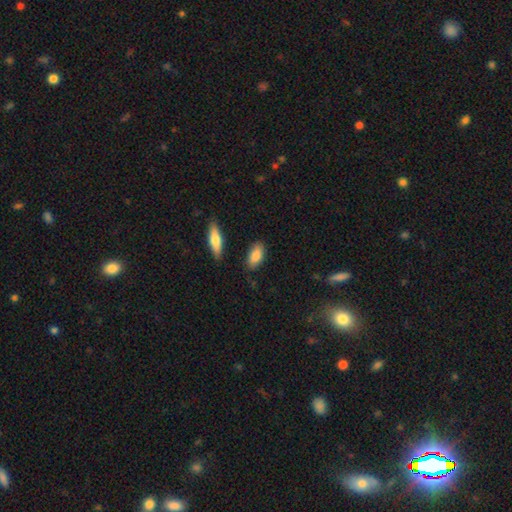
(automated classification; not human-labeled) Overall: smooth (85%). How rounded: in between (88%). Merging: none (82%).